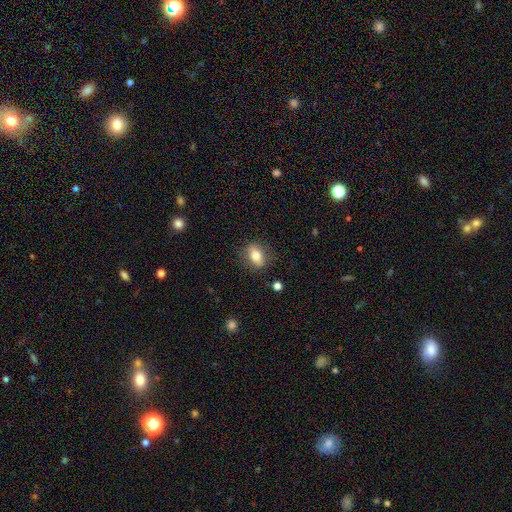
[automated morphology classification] This is likely a smooth galaxy (72%). How rounded: likely in between (71%). Merging: clearly none (83%).